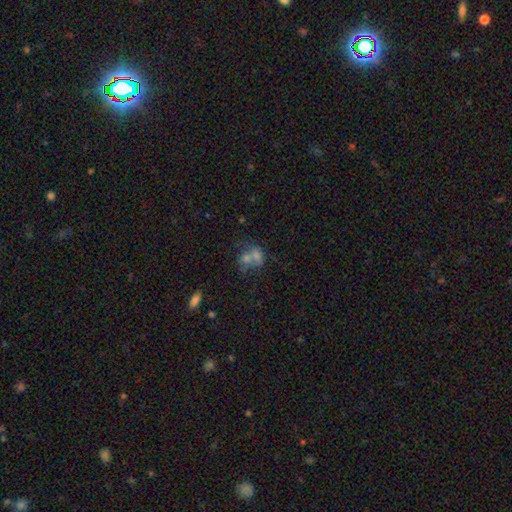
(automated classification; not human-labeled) Smooth or featured?
  - smooth: 52% *
  - featured or disk: 28%
  - star or artifact: 20%
How rounded?
  - in between: 50% *
  - round: 48%
  - cigar-shaped: 2%
Merging?
  - merger: 57% *
  - none: 25%
  - minor disturbance: 9%
  - major disturbance: 9%